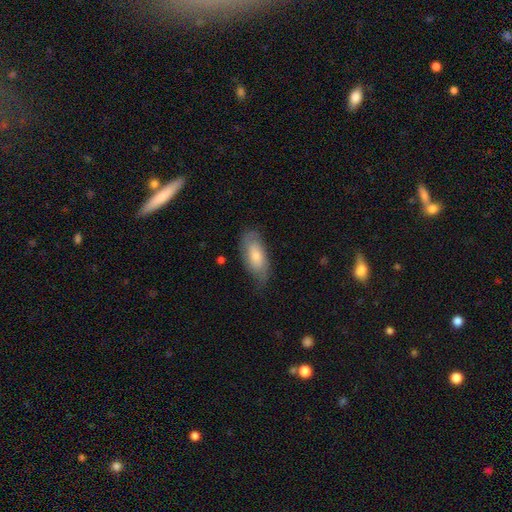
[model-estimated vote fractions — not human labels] Smooth or featured? Predicted: smooth (p=0.60). How rounded? Predicted: in between (p=0.83). Merging? Predicted: none (p=0.68).